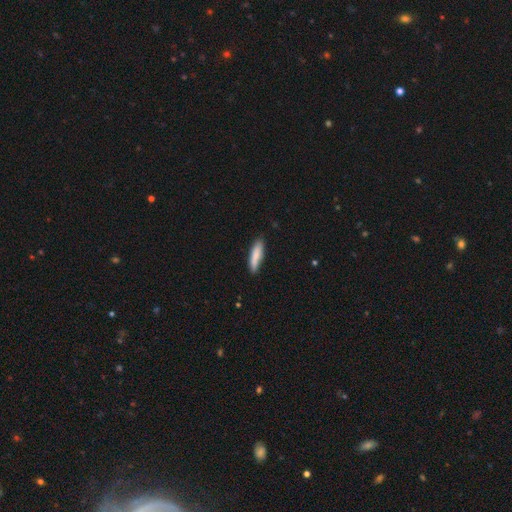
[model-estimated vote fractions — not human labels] A smooth galaxy with no disk features (82%) that is cigar-shaped (72%). Merging: none (81%).